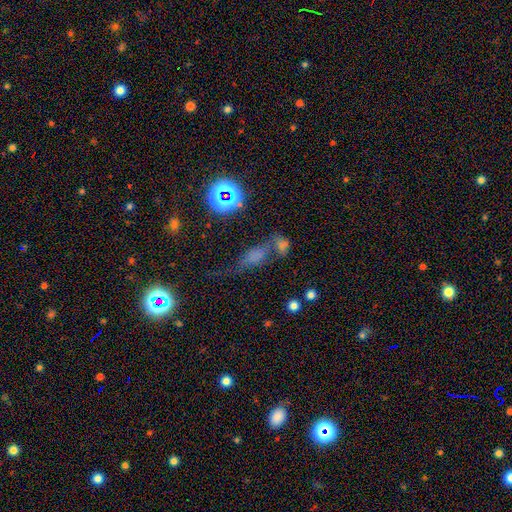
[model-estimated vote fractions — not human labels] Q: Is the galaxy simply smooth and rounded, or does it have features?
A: smooth — 51%.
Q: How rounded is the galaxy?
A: in between — 57%.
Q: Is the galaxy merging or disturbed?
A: none — 39%.